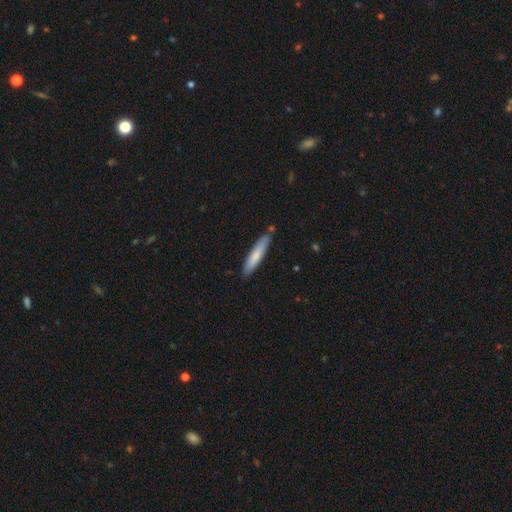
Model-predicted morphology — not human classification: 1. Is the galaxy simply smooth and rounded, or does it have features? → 75% smooth, 20% featured or disk, 5% star or artifact.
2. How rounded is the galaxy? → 86% cigar-shaped, 13% in between, 1% round.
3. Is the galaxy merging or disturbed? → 82% none, 13% minor disturbance, 3% merger, 2% major disturbance.